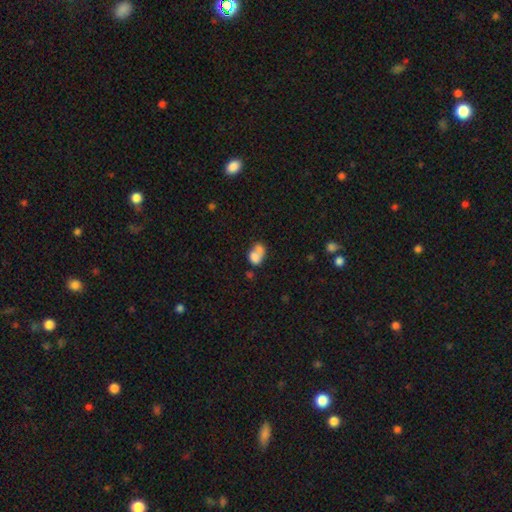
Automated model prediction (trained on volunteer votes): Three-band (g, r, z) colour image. It shows a smooth galaxy with no disk features (71%) that is in between round and cigar-shaped (70%). Merging: merger (51%).